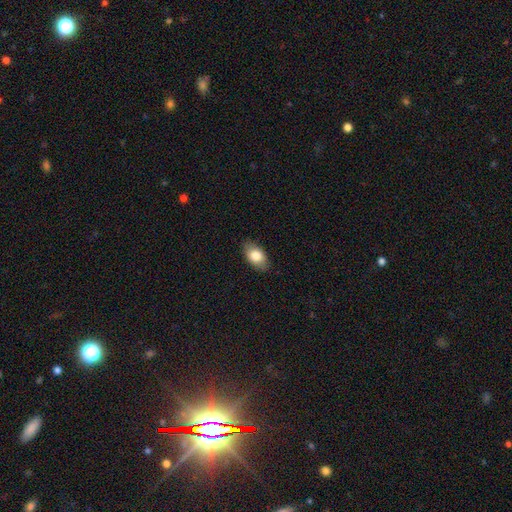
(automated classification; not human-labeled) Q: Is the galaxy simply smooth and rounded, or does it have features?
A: smooth — 79%.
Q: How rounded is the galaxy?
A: in between — 91%.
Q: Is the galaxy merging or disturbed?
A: none — 86%.